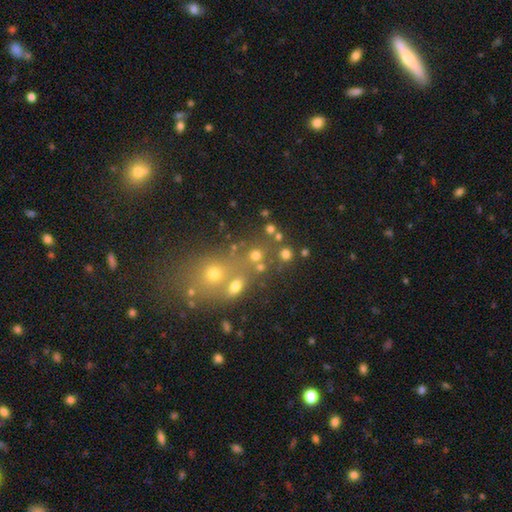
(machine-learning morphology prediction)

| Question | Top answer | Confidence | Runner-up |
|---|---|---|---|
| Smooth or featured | smooth | 65% | star or artifact (22%) |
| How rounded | round | 82% | in between (17%) |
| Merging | none | 58% | merger (29%) |